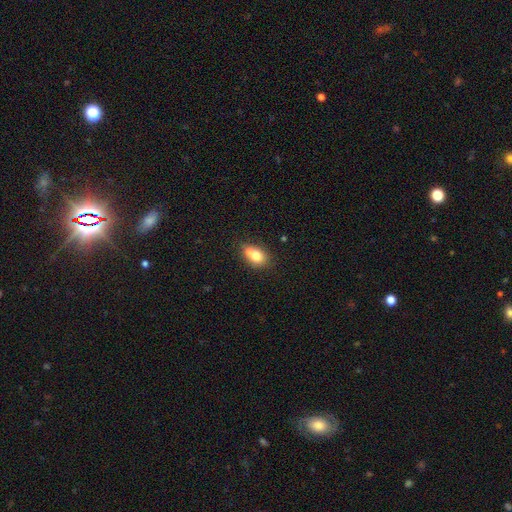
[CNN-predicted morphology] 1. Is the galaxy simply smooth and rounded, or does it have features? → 72% smooth, 18% featured or disk, 10% star or artifact.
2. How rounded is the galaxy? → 50% in between, 48% round, 1% cigar-shaped.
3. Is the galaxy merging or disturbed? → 50% merger, 37% none, 9% minor disturbance, 3% major disturbance.